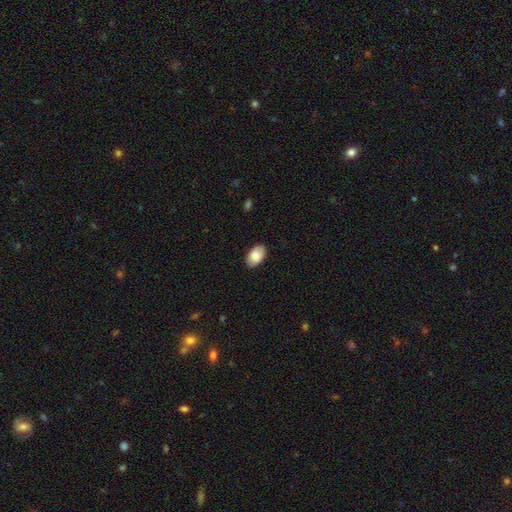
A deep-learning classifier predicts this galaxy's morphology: Smooth or featured? Predicted: smooth (p=0.86). How rounded? Predicted: in between (p=0.93). Merging? Predicted: none (p=0.87).